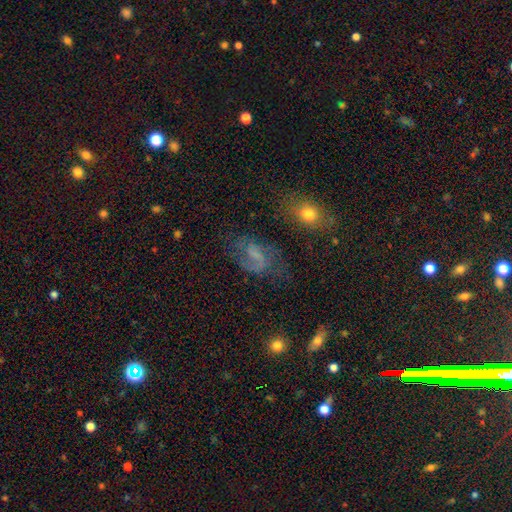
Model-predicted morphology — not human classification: featured or disk 60%, smooth 25%, star or artifact 15%. Down the decision tree: edge-on disk — no (96%); bar — weak (47%); spiral arms — yes (82%); bulge size — none (53%); merging — none (55%).